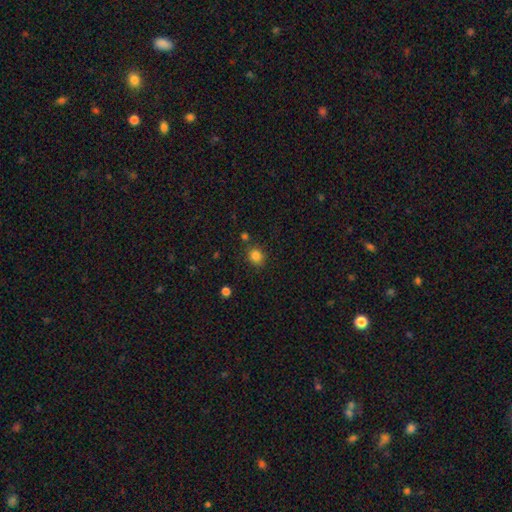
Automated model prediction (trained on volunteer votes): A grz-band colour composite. It shows a smooth galaxy with no disk features (84%) that is round (73%). Merging: none (80%).